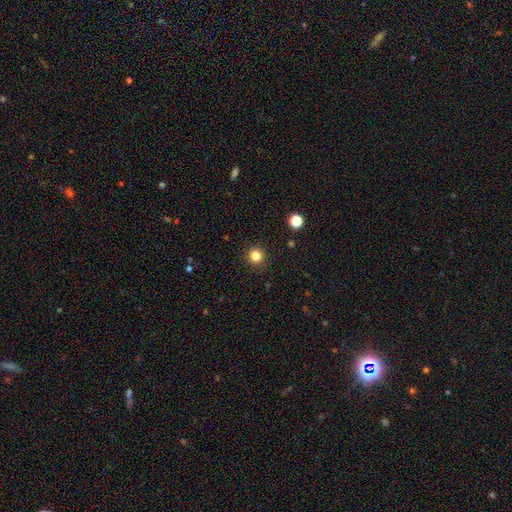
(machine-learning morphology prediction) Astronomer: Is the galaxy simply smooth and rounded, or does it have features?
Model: smooth — 83%.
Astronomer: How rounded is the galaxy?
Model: round — 94%.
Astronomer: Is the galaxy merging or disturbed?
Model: none — 92%.